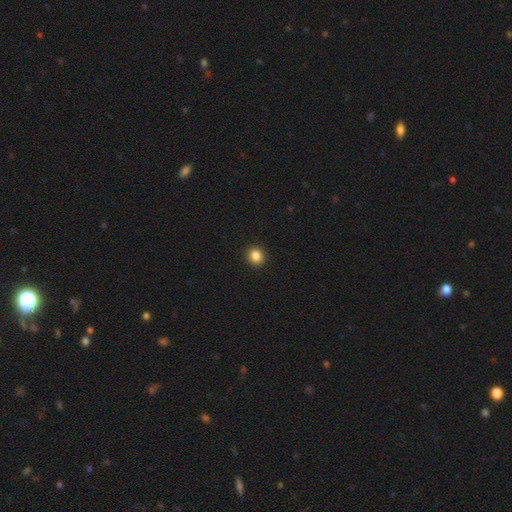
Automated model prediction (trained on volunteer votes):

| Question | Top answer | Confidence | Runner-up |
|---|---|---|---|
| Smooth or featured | smooth | 85% | star or artifact (11%) |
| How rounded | round | 85% | in between (14%) |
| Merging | none | 93% | minor disturbance (5%) |